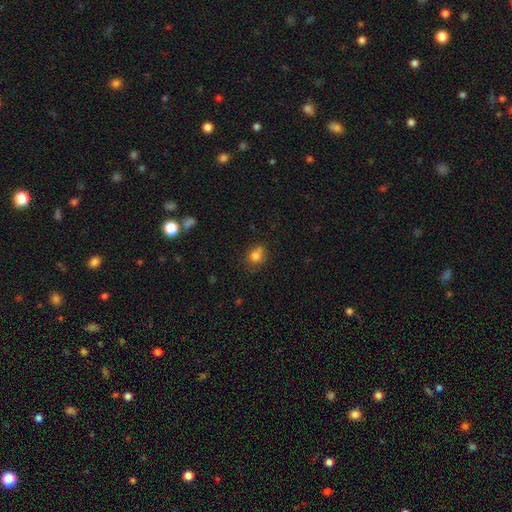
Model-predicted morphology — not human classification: Q: Smooth or featured?
A: smooth (78%); runner-up: star or artifact (12%)
Q: How rounded?
A: round (66%); runner-up: in between (33%)
Q: Merging?
A: none (54%); runner-up: minor disturbance (21%)